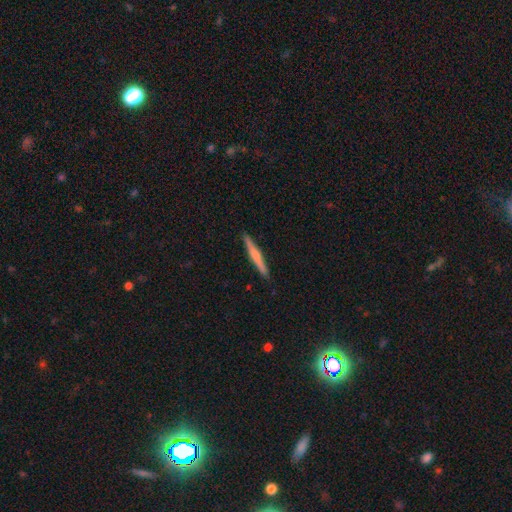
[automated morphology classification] Overall: featured or disk (53%; smooth 42%). Edge-on disk: yes (98%). Edge-on bulge: rounded (70%). Merging: none (92%).